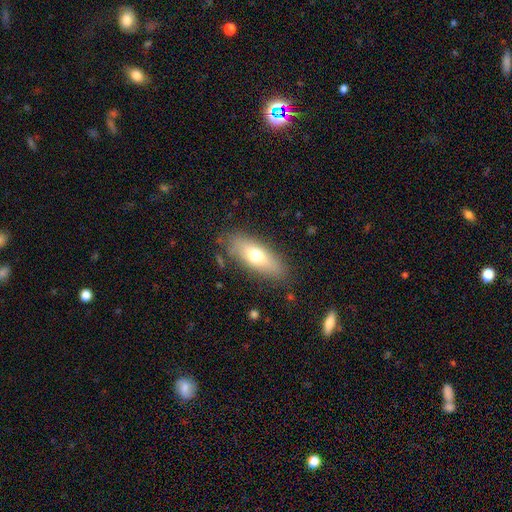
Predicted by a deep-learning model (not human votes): A smooth galaxy with no disk features (65%) that is in between round and cigar-shaped (65%).

Vote fractions:
- Smooth or featured? smooth: 65% / featured or disk: 28% / star or artifact: 8%
- How rounded? in between: 65% / cigar-shaped: 31% / round: 3%
- Merging? none: 81% / minor disturbance: 13% / major disturbance: 4% / merger: 2%